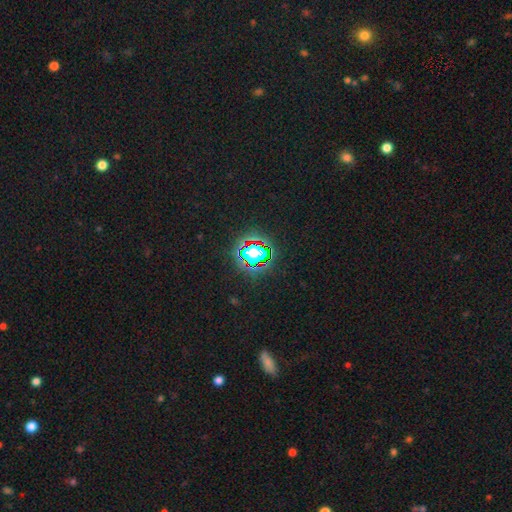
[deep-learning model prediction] Smooth or featured: star or artifact — 65% (smooth — 24%)